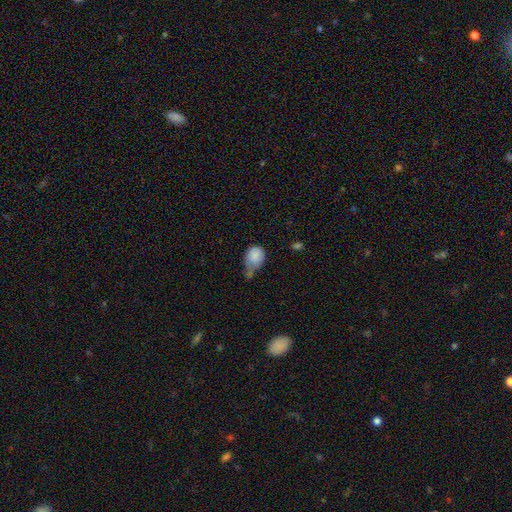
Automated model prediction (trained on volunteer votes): A smooth galaxy with no disk features (84%) that is round (56%). Merging: minor disturbance (34%).